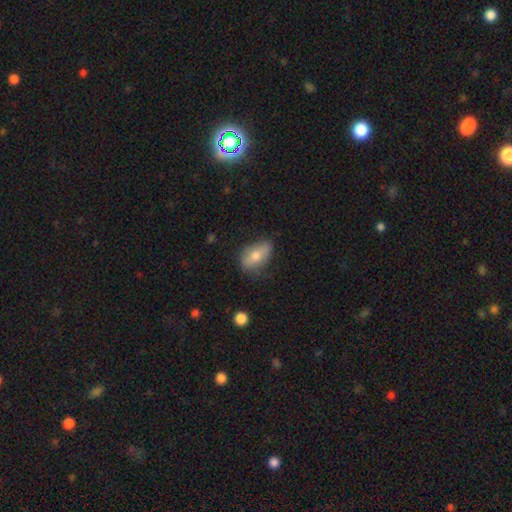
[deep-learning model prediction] smooth_or_featured: smooth (p=0.65) [alt: featured or disk p=0.27]
how_rounded: in between (p=0.87) [alt: round p=0.08]
merging: none (p=0.68) [alt: minor disturbance p=0.25]